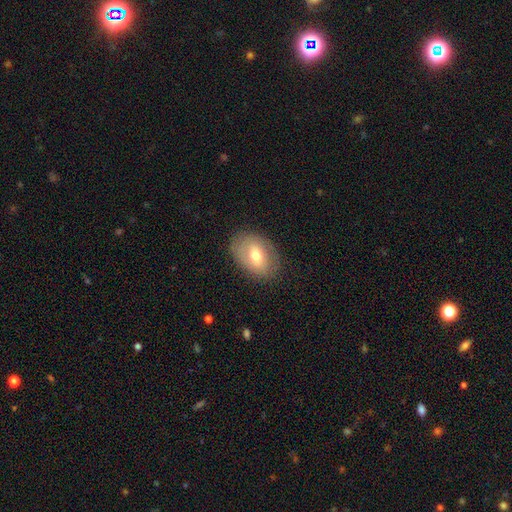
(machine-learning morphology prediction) Overall: smooth (63%; featured or disk 29%). How rounded: in between (82%). Merging: none (81%).